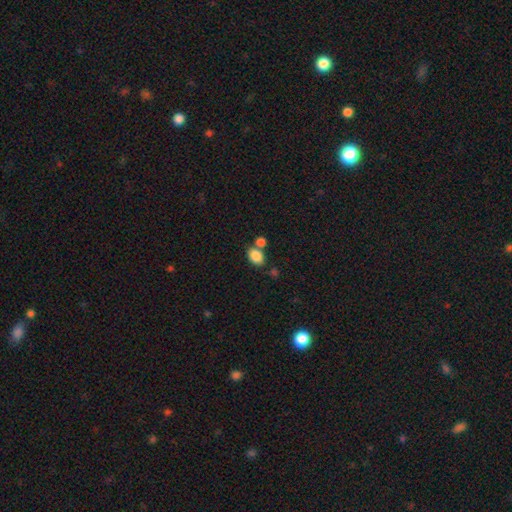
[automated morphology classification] A smooth galaxy with no disk features (86%) that is in between round and cigar-shaped (79%).

Vote fractions:
- Smooth or featured? smooth: 86% / star or artifact: 9% / featured or disk: 5%
- How rounded? in between: 79% / round: 20% / cigar-shaped: 1%
- Merging? none: 54% / merger: 30% / minor disturbance: 12% / major disturbance: 4%